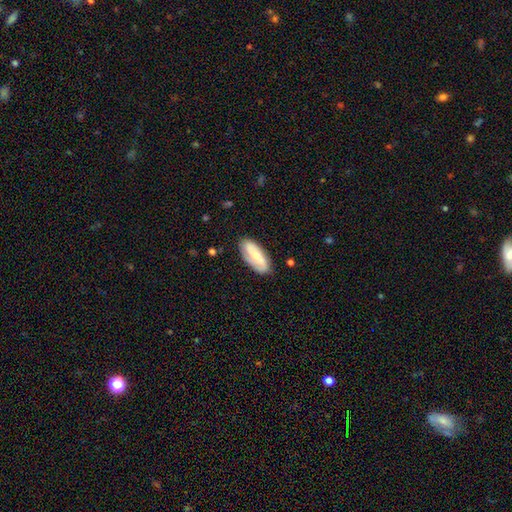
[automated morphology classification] Overall: smooth (47%, tied with featured or disk). Merging: none (80%).